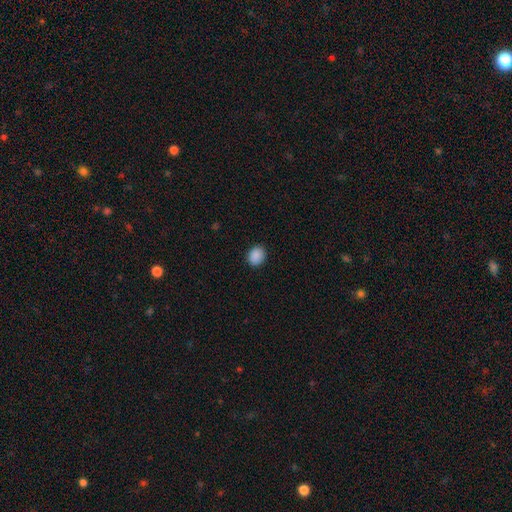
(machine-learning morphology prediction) smooth 89%, star or artifact 8%, featured or disk 2%. Down the decision tree: how rounded — round (56%); merging — none (89%).